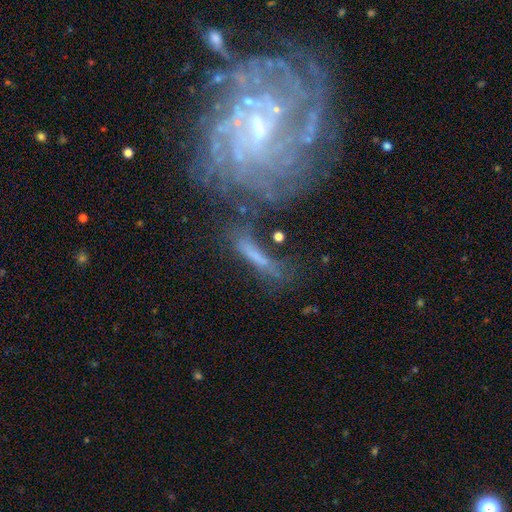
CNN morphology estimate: This appears to be a featured or disk galaxy (48%). Merging: none (53%).